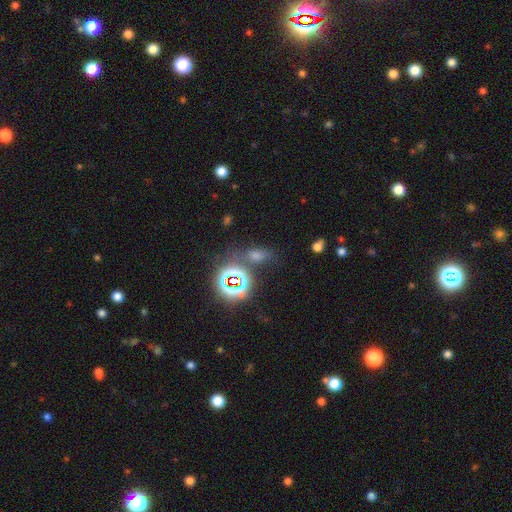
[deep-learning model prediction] Smooth or featured? star or artifact (52%)